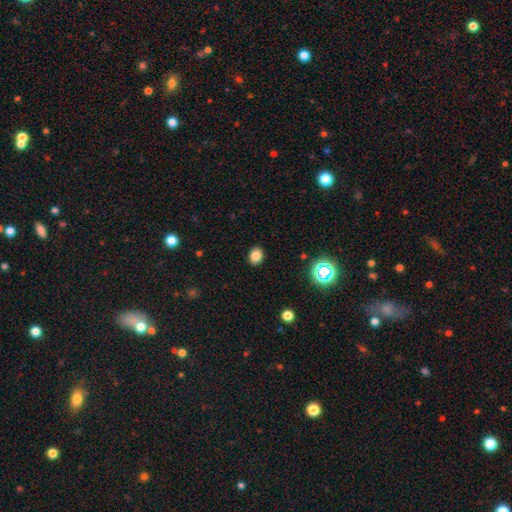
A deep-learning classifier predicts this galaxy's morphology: Smooth or featured?
  - smooth: 82% *
  - star or artifact: 13%
  - featured or disk: 5%
How rounded?
  - in between: 54% *
  - round: 45%
  - cigar-shaped: 1%
Merging?
  - none: 90% *
  - minor disturbance: 7%
  - major disturbance: 2%
  - merger: 1%